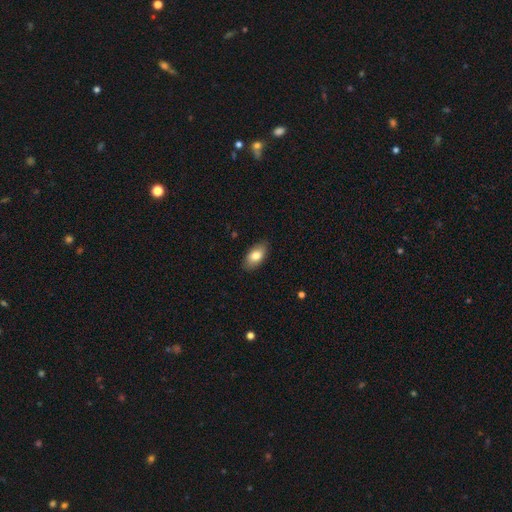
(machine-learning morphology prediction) Smooth or featured? Predicted: smooth (p=0.82). How rounded? Predicted: in between (p=0.92). Merging? Predicted: none (p=0.87).